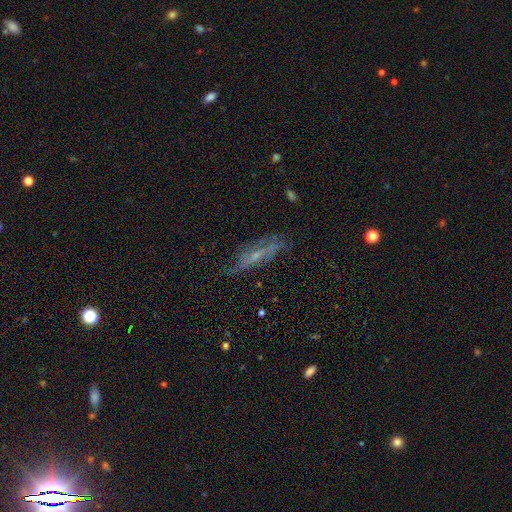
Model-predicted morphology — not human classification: smooth-or-featured: featured or disk: 65% | smooth: 24% | star or artifact: 11%
  disk-edge-on: no: 65% | yes: 35%
  merging: none: 64% | minor disturbance: 22% | major disturbance: 11% | merger: 2%